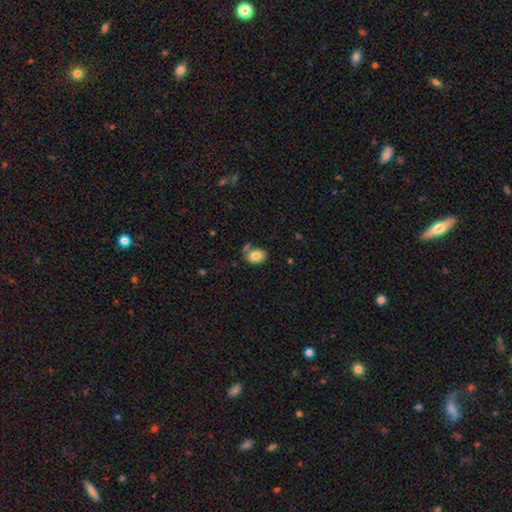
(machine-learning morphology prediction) The model was most divided on "merging": none: 63%, minor disturbance: 18%, merger: 14%, major disturbance: 6%. More confident: smooth or featured — smooth (82%); how rounded — in between (73%).